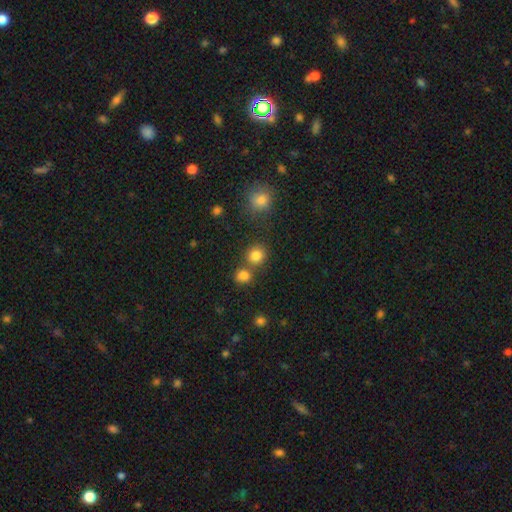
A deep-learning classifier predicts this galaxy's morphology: Smooth or featured? Predicted: smooth (p=0.82). How rounded? Predicted: round (p=0.87). Merging? Predicted: none (p=0.67).